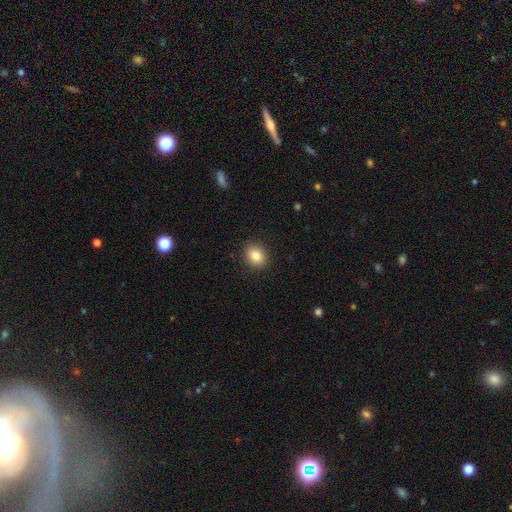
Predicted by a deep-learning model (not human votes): A smooth galaxy with no disk features (85%) that is round (55%).

Vote fractions:
- Smooth or featured? smooth: 85% / star or artifact: 9% / featured or disk: 6%
- How rounded? round: 55% / in between: 44% / cigar-shaped: 1%
- Merging? none: 90% / minor disturbance: 7% / major disturbance: 2% / merger: 1%